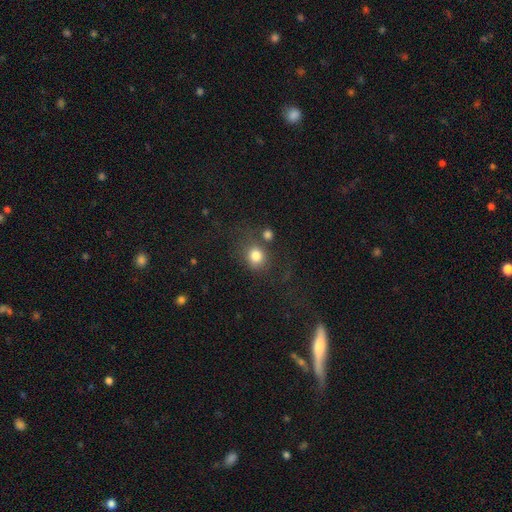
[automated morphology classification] smooth_or_featured: smooth (p=0.80) [alt: star or artifact p=0.12]
how_rounded: round (p=0.74) [alt: in between p=0.25]
merging: none (p=0.61) [alt: minor disturbance p=0.15]